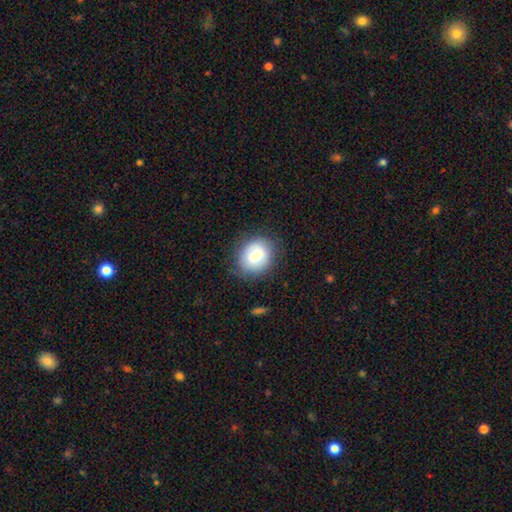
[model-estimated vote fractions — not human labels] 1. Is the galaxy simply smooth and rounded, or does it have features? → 70% smooth, 21% featured or disk, 9% star or artifact.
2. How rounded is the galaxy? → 64% round, 35% in between, 1% cigar-shaped.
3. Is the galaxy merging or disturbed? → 79% none, 15% minor disturbance, 5% major disturbance, 1% merger.